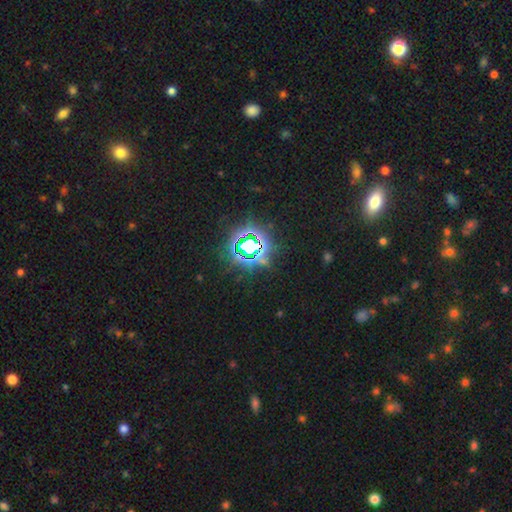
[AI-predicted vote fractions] Smooth or featured: star or artifact — 77% (smooth — 15%)